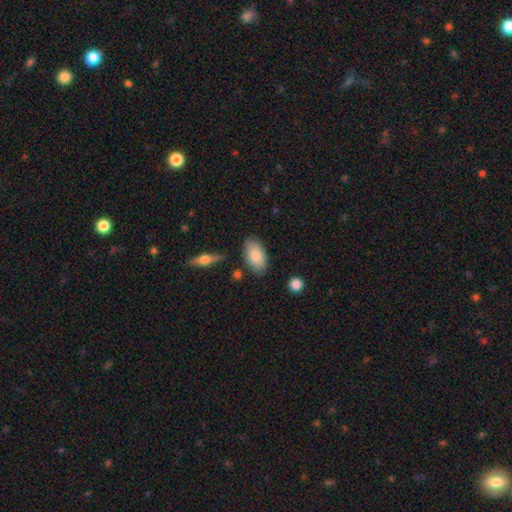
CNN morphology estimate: A smooth galaxy with no disk features (82%) that is in between round and cigar-shaped (93%). Merging: none (81%).